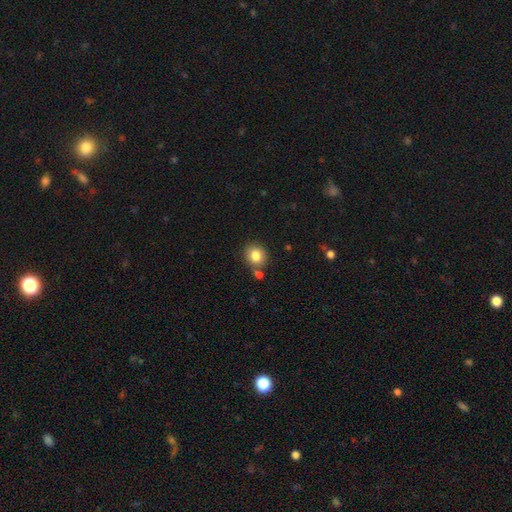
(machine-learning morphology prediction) This is clearly a smooth galaxy (82%). How rounded: likely round (79%). Merging: likely none (71%).